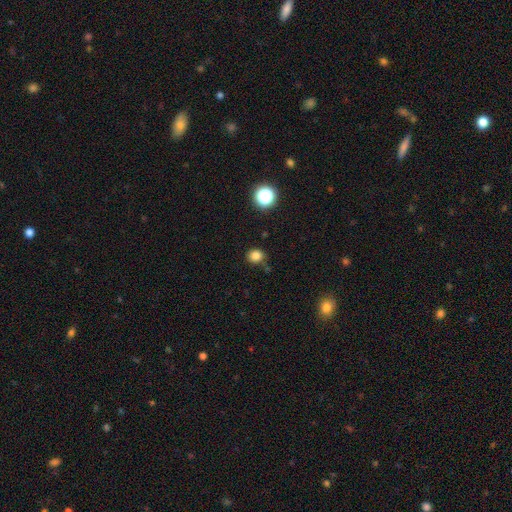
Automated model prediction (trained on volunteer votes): A smooth galaxy with no disk features (82%) that is round (78%). Merging: none (79%).